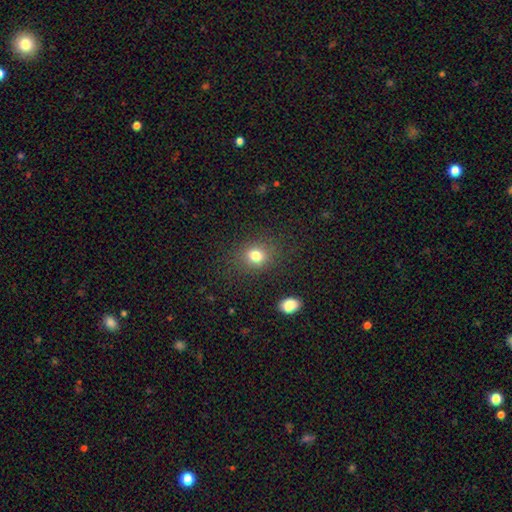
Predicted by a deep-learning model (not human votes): smooth 79%, star or artifact 14%, featured or disk 7%. Down the decision tree: how rounded — round (63%); merging — none (84%).